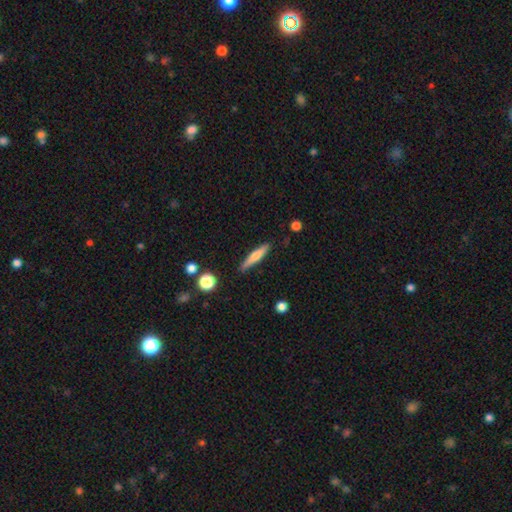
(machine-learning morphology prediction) The model was most divided on "smooth or featured": smooth: 57%, featured or disk: 36%, star or artifact: 6%. More confident: how rounded — cigar-shaped (89%); merging — none (86%).